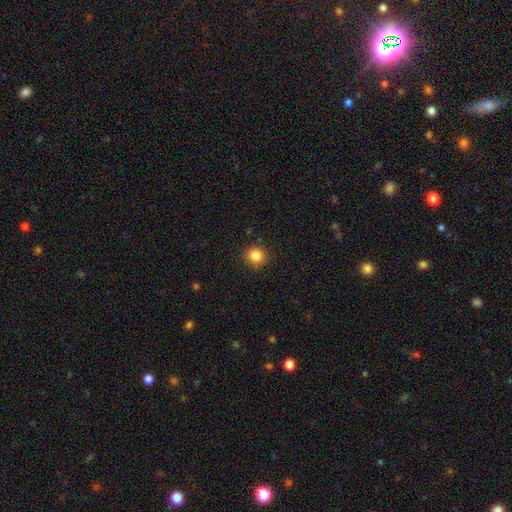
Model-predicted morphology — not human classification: type=smooth (84%); roundness=round (91%); merging=none (90%).